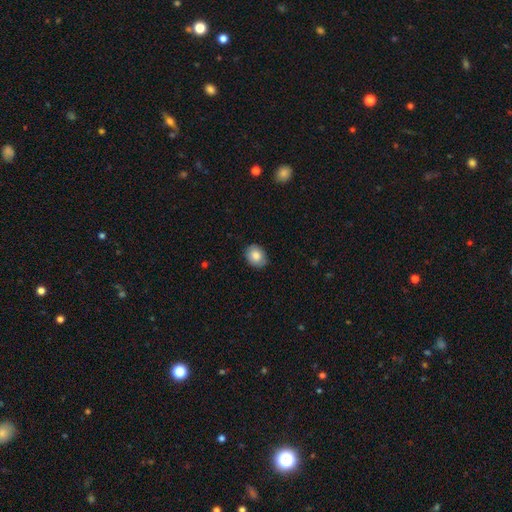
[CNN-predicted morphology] Smooth or featured? Predicted: smooth (p=0.84). How rounded? Predicted: in between (p=0.55). Merging? Predicted: none (p=0.87).